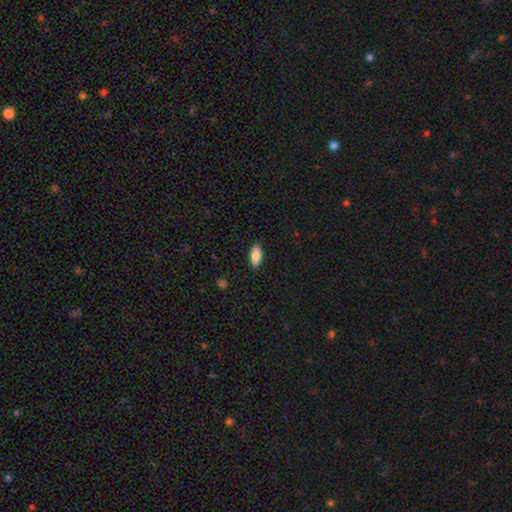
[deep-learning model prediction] smooth_or_featured: smooth (p=0.88) [alt: star or artifact p=0.07]
how_rounded: in between (p=0.88) [alt: cigar-shaped p=0.10]
merging: none (p=0.88) [alt: minor disturbance p=0.09]